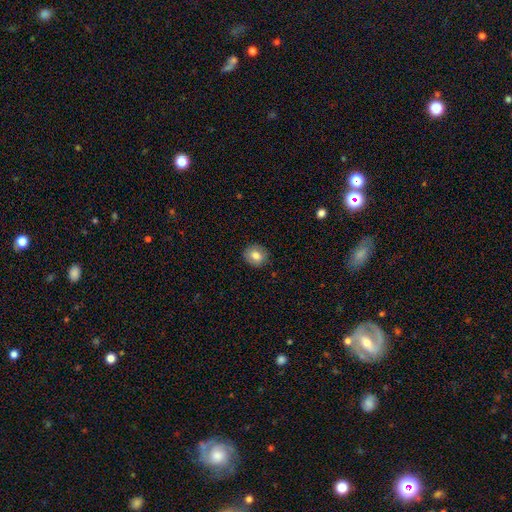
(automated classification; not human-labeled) smooth_or_featured: smooth (p=0.81) [alt: featured or disk p=0.11]
how_rounded: round (p=0.75) [alt: in between p=0.25]
merging: none (p=0.88) [alt: minor disturbance p=0.09]